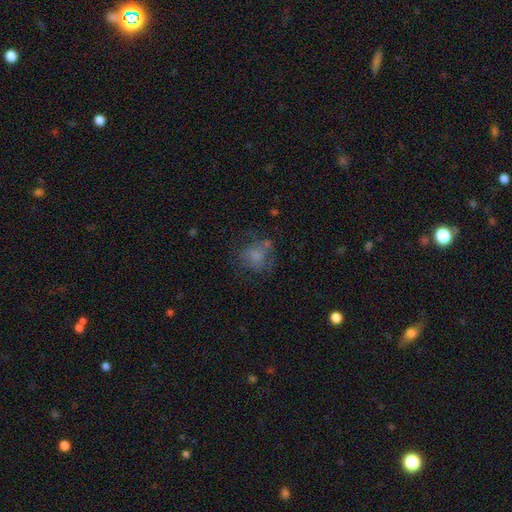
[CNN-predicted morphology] Smooth or featured: smooth — 63% (featured or disk — 24%)
How rounded: round — 74% (in between — 25%)
Merging: none — 53% (minor disturbance — 21%)